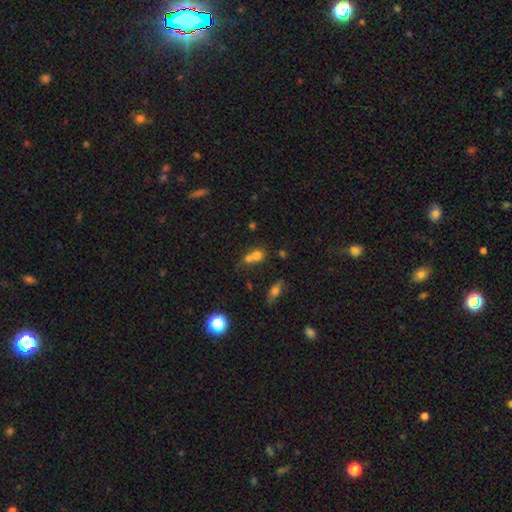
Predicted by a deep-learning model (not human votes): A smooth galaxy with no disk features (69%) that is round (66%). Merging: merger (60%).